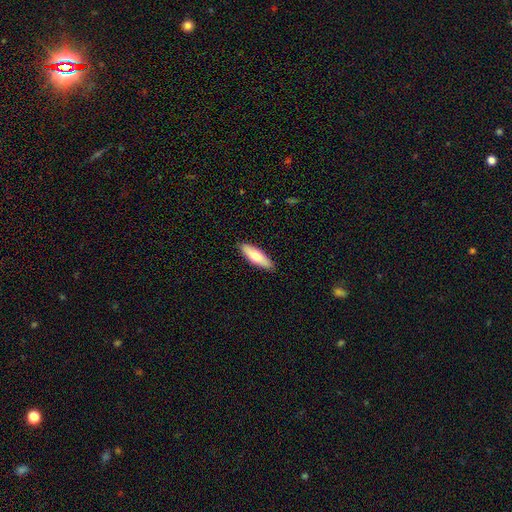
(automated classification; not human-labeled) Smooth or featured?
  - smooth: 68% *
  - featured or disk: 26%
  - star or artifact: 5%
How rounded?
  - cigar-shaped: 49% * (tied)
  - in between: 49% * (tied)
  - round: 2%
Merging?
  - none: 90% *
  - minor disturbance: 8%
  - major disturbance: 2%
  - merger: 1%